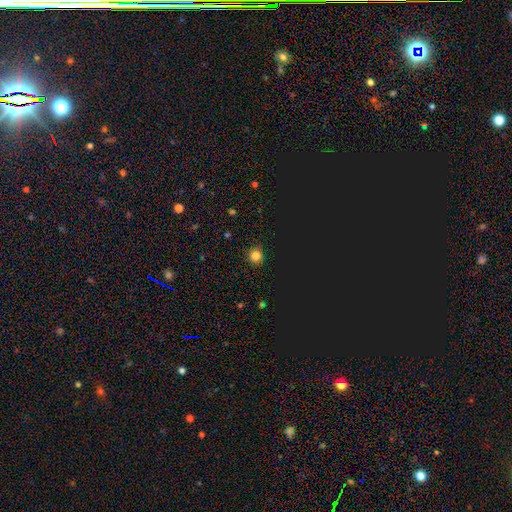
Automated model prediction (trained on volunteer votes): Smooth or featured?
  - smooth: 73% *
  - star or artifact: 22%
  - featured or disk: 5%
How rounded?
  - round: 91% *
  - in between: 8%
  - cigar-shaped: 1%
Merging?
  - none: 88% *
  - minor disturbance: 9%
  - major disturbance: 2%
  - merger: 1%